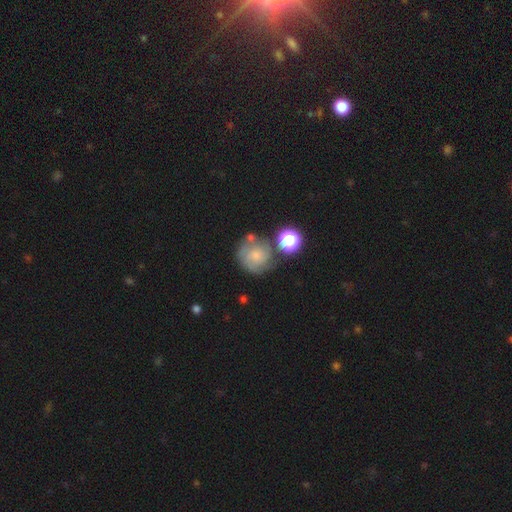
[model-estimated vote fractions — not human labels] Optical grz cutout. It shows a smooth galaxy with no disk features (48%). Merging: none (56%).